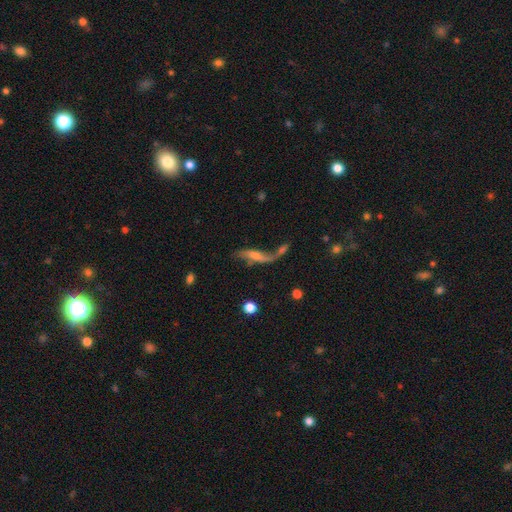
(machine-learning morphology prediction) Overall: featured or disk (62%; smooth 28%). Edge-on disk: no (70%). Merging: none (32%; merger 27%).